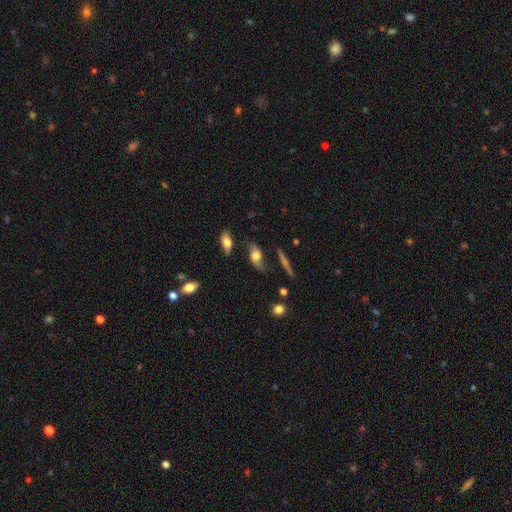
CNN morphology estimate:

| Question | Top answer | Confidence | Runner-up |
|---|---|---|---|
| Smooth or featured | featured or disk | 50% | smooth (41%) |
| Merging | none | 63% | minor disturbance (22%) |